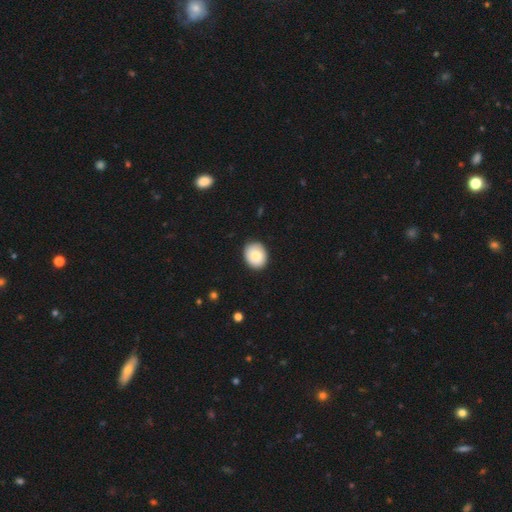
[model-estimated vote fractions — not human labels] A smooth galaxy with no disk features (80%) that is round (58%).

Vote fractions:
- Smooth or featured? smooth: 80% / featured or disk: 13% / star or artifact: 7%
- How rounded? round: 58% / in between: 41% / cigar-shaped: 1%
- Merging? none: 88% / minor disturbance: 10% / major disturbance: 2% / merger: 1%